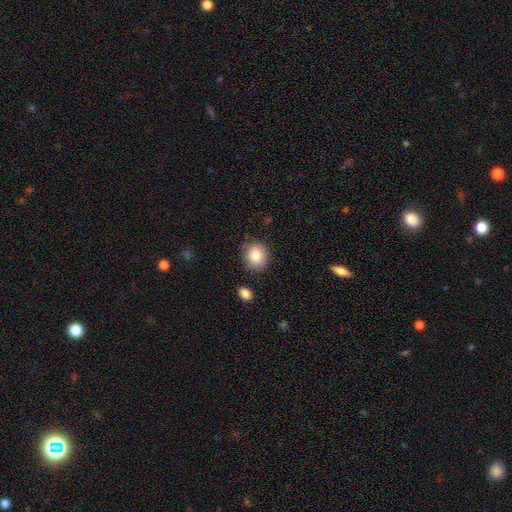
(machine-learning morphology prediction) smooth 82%, featured or disk 9%, star or artifact 9%. Down the decision tree: how rounded — round (80%); merging — none (85%).